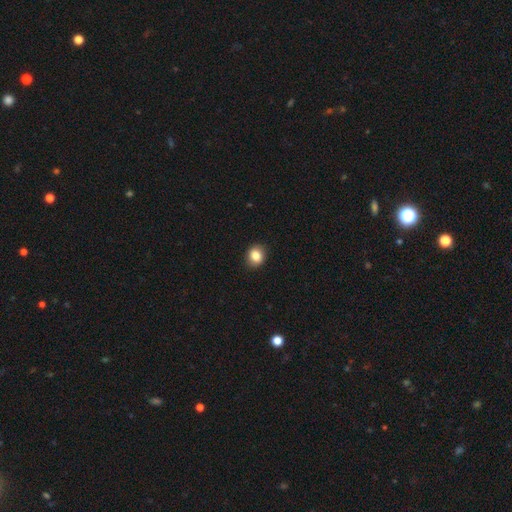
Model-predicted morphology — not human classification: type=smooth (85%); roundness=round (65%); merging=none (88%).